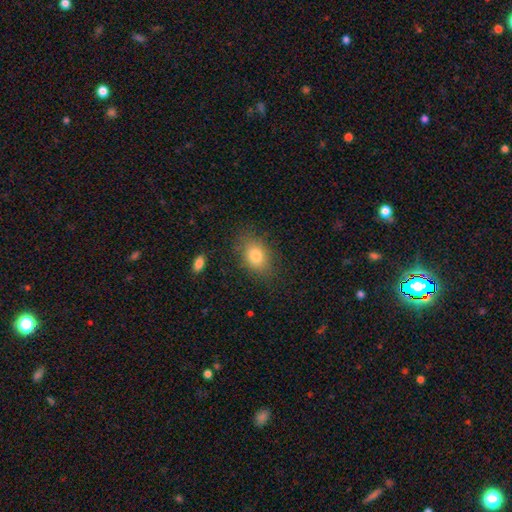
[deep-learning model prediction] smooth 81%, featured or disk 10%, star or artifact 9%. Down the decision tree: how rounded — in between (74%); merging — none (80%).